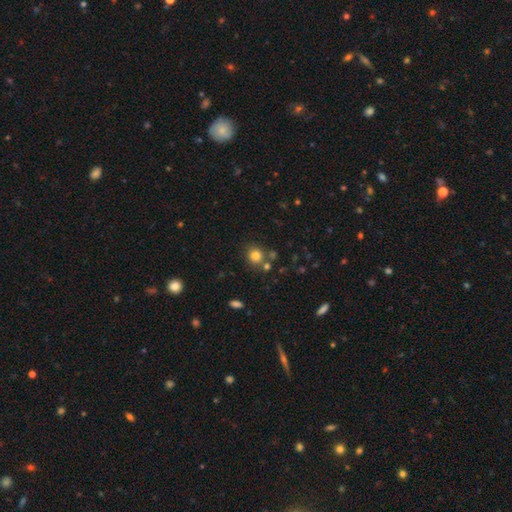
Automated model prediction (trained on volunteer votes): smooth_or_featured: smooth (p=0.79) [alt: star or artifact p=0.13]
how_rounded: round (p=0.87) [alt: in between p=0.12]
merging: none (p=0.71) [alt: merger p=0.16]